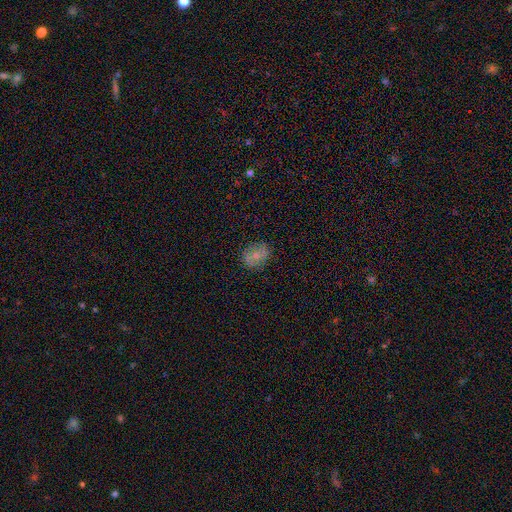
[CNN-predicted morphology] The model was most divided on "how rounded": round: 52%, in between: 47%, cigar-shaped: 1%. More confident: merging — none (79%); smooth or featured — smooth (58%).